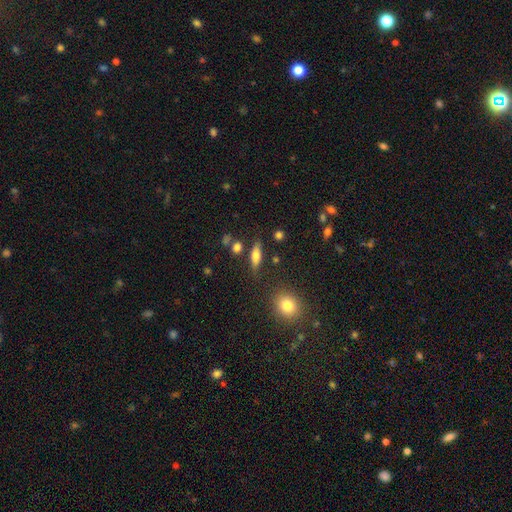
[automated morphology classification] The model was most divided on "how rounded": in between: 53%, cigar-shaped: 42%, round: 5%. More confident: merging — none (78%); smooth or featured — smooth (58%).